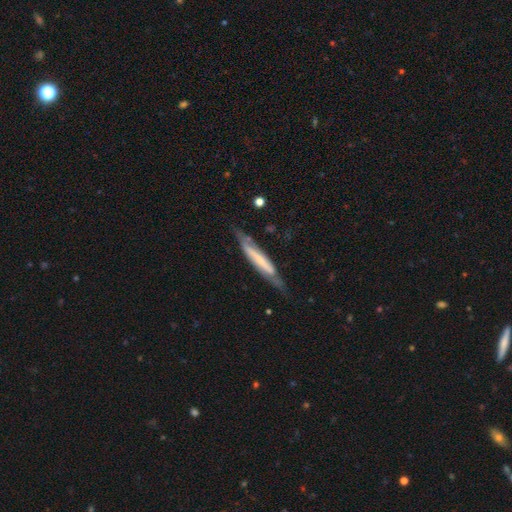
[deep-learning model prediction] smooth_or_featured: featured or disk (p=0.59) [alt: smooth p=0.34]
disk_edge_on: yes (p=0.73) [alt: no p=0.27]
merging: none (p=0.71) [alt: minor disturbance p=0.21]